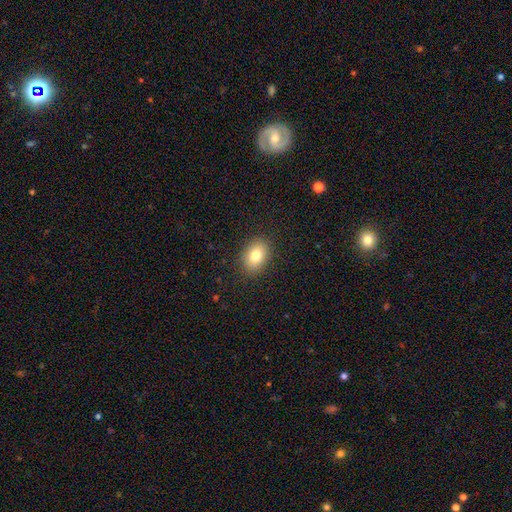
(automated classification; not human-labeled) This is clearly a smooth galaxy (81%). How rounded: likely in between (76%). Merging: clearly none (88%).